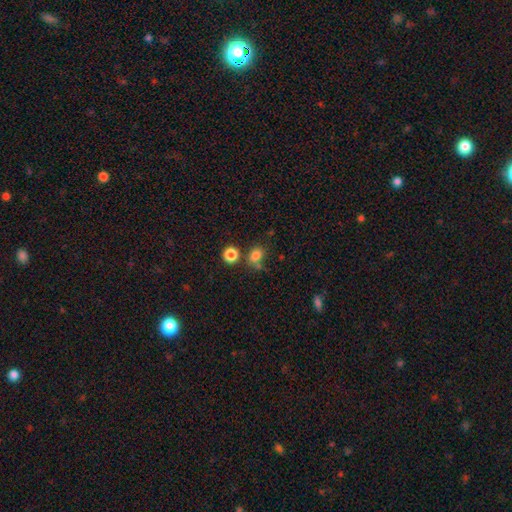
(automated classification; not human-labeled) A smooth galaxy with no disk features (79%) that is round (61%). Merging: none (64%).